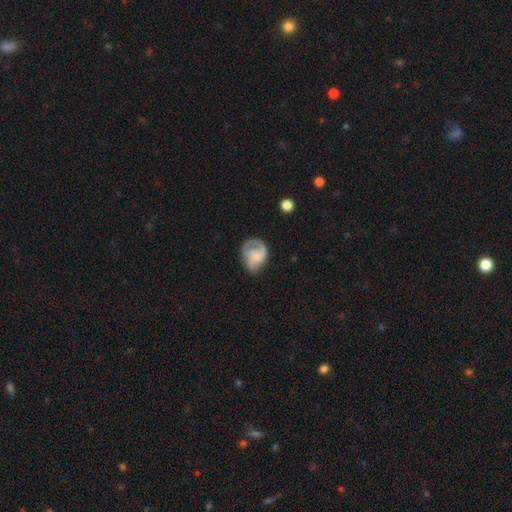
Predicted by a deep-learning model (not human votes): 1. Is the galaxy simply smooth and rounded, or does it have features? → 60% featured or disk, 33% smooth, 7% star or artifact.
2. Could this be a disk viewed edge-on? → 98% no, 2% yes.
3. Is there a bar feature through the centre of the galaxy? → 68% no, 27% weak, 5% strong.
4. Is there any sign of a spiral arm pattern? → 85% yes, 15% no.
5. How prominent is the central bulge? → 46% small, 27% none, 21% moderate, 4% large, 1% dominant.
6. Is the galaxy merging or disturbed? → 51% none, 26% minor disturbance, 21% major disturbance, 2% merger.